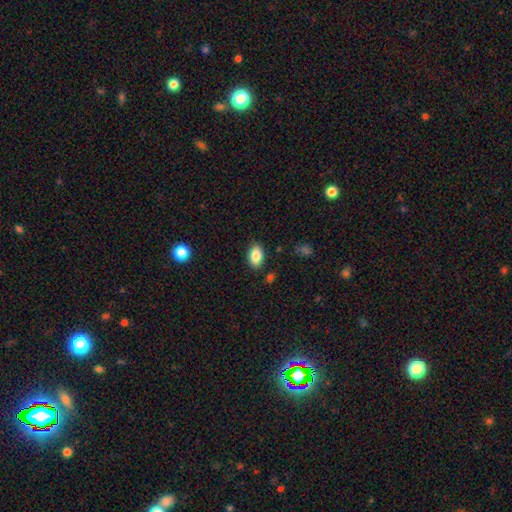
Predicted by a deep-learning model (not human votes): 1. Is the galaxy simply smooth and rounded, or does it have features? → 85% smooth, 8% star or artifact, 7% featured or disk.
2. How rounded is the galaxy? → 91% in between, 6% round, 2% cigar-shaped.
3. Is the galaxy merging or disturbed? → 86% none, 10% minor disturbance, 2% major disturbance, 2% merger.